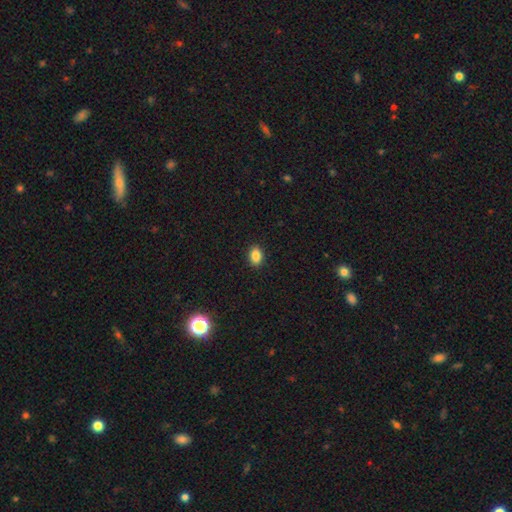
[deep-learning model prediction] Smooth or featured: smooth — 86% (star or artifact — 10%)
How rounded: in between — 80% (round — 19%)
Merging: none — 90% (minor disturbance — 7%)